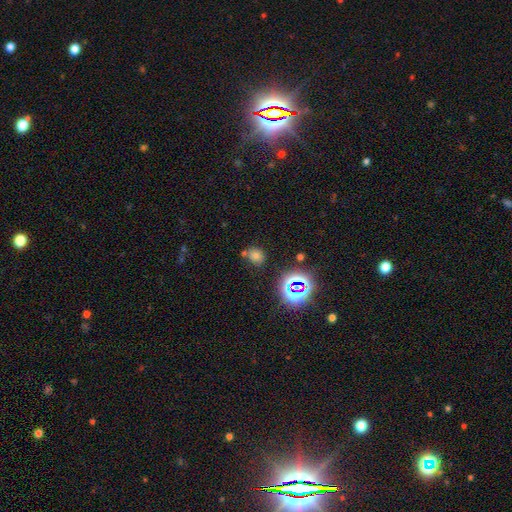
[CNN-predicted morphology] The model was most divided on "how rounded": round: 63%, in between: 36%, cigar-shaped: 1%. More confident: merging — none (69%); smooth or featured — smooth (61%).